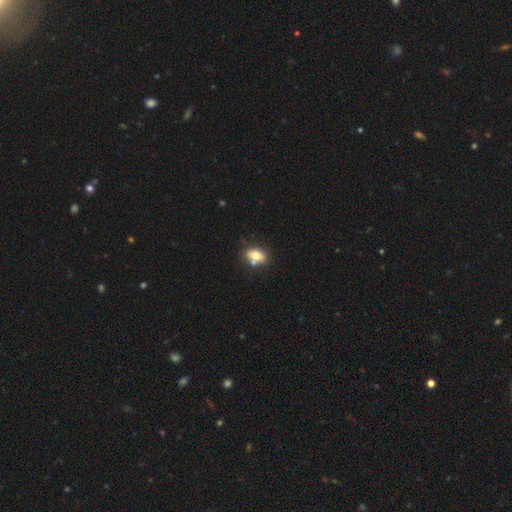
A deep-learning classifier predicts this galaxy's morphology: Overall: smooth (72%). How rounded: in between (73%). Merging: none (58%; merger 21%).